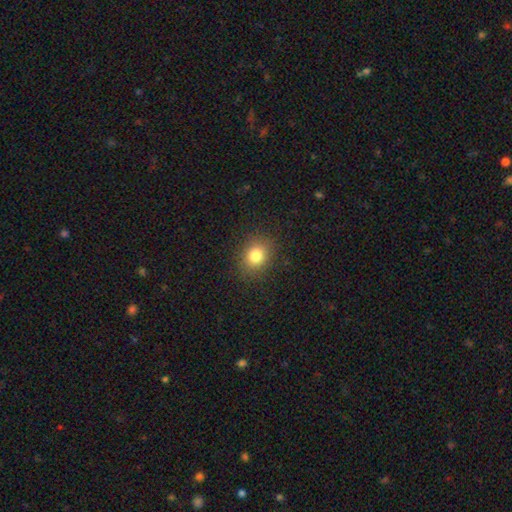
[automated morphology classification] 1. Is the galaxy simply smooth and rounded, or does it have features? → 81% smooth, 12% star or artifact, 7% featured or disk.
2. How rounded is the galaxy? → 61% round, 38% in between, 1% cigar-shaped.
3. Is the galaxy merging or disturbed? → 87% none, 9% minor disturbance, 3% major disturbance, 1% merger.